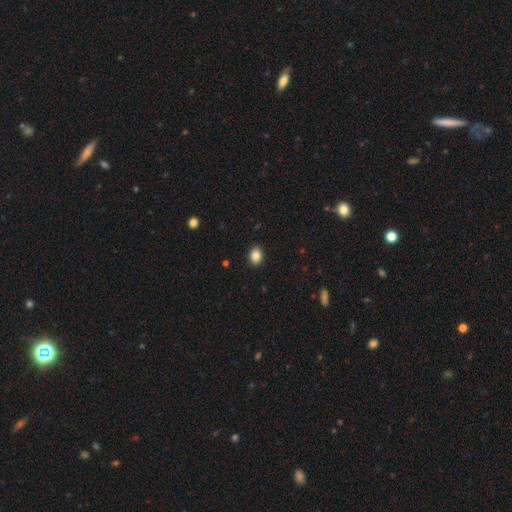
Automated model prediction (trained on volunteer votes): A smooth galaxy with no disk features (85%) that is in between round and cigar-shaped (60%). Merging: none (91%).